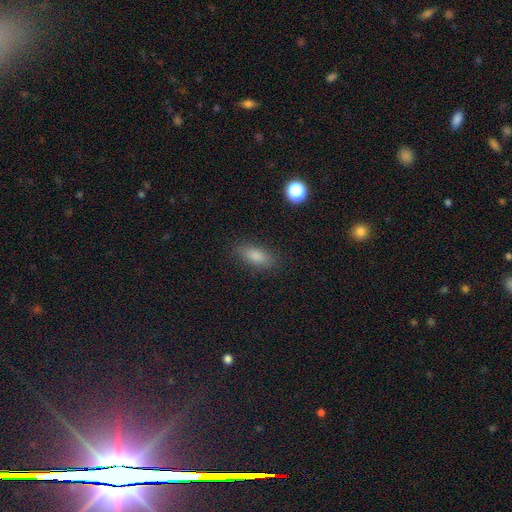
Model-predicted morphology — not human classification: A smooth galaxy with no disk features (80%) that is in between round and cigar-shaped (72%). Merging: none (86%).